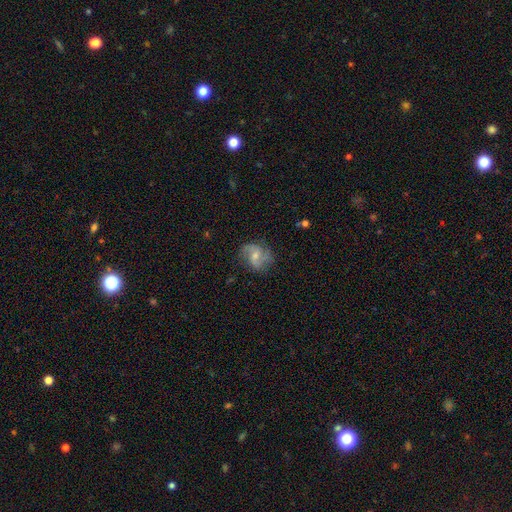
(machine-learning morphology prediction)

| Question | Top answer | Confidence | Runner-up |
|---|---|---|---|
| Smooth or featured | featured or disk | 71% | smooth (22%) |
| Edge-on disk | no | 97% | yes (3%) |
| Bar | weak | 46% | no (43%) |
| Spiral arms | yes | 92% | no (8%) |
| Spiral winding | medium | 46% | loose (38%) |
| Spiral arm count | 2 | 80% | can't tell (8%) |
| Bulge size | small | 48% | moderate (44%) |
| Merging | none | 69% | minor disturbance (20%) |